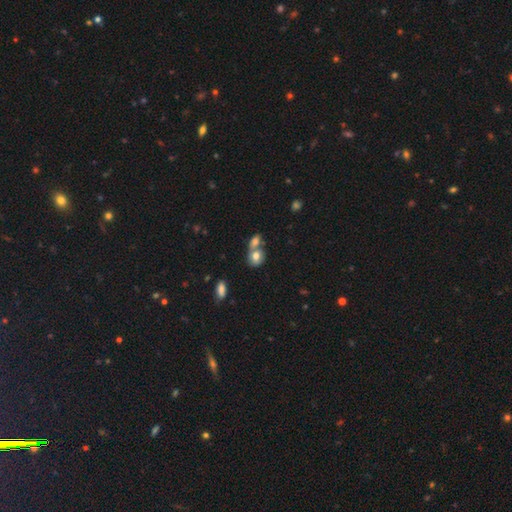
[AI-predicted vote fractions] Overall: smooth (74%). How rounded: in between (50%; round 48%). Merging: merger (61%; none 27%).